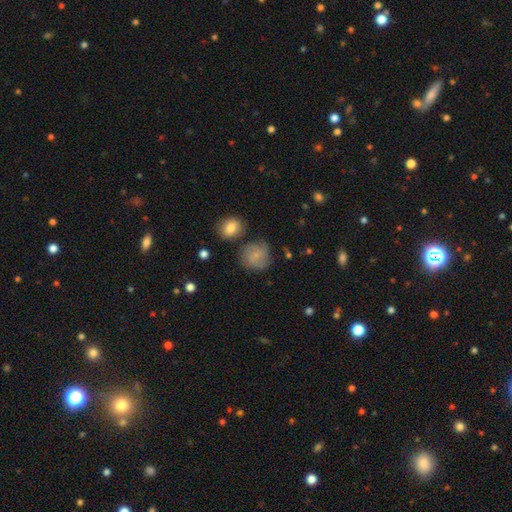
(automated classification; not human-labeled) A smooth galaxy with no disk features (60%) that is round (85%). Merging: none (67%).